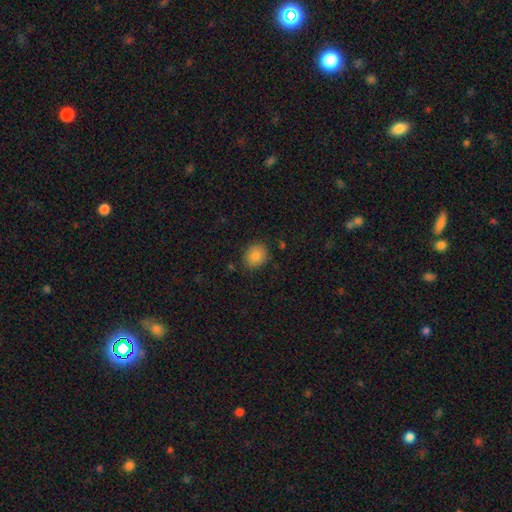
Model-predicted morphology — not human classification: A smooth galaxy with no disk features (85%) that is round (65%). Merging: none (85%).